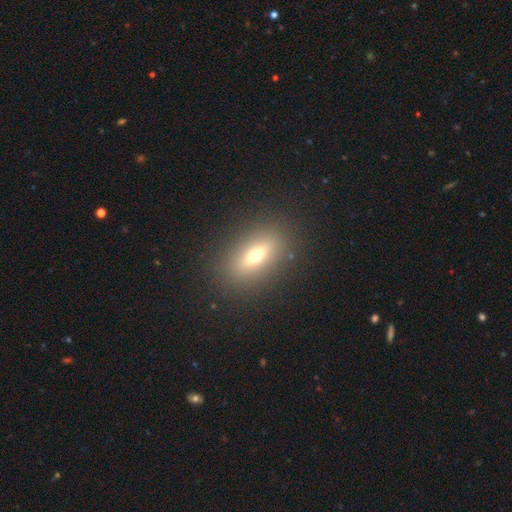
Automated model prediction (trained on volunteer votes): Smooth or featured? Predicted: smooth (p=0.58). How rounded? Predicted: in between (p=0.71). Merging? Predicted: none (p=0.88).